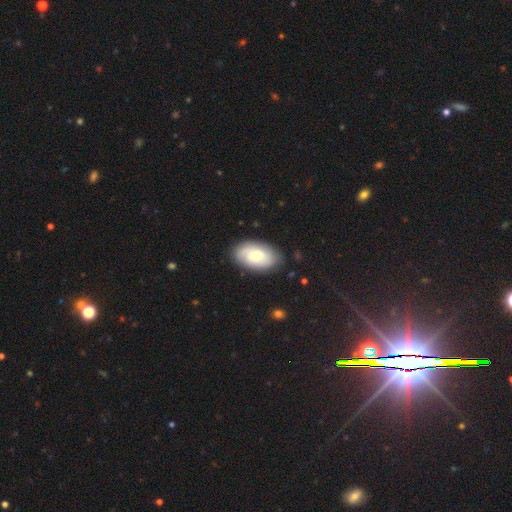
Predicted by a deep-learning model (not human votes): Smooth or featured? smooth (61%)
How rounded? in between (93%)
Merging? none (82%)